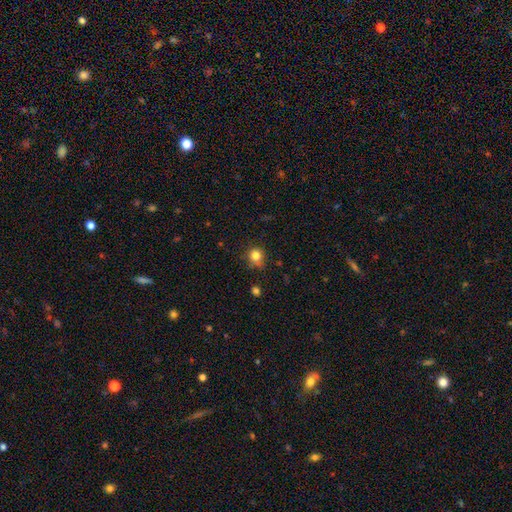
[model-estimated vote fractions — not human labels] A smooth galaxy with no disk features (80%) that is round (84%). Merging: none (67%).